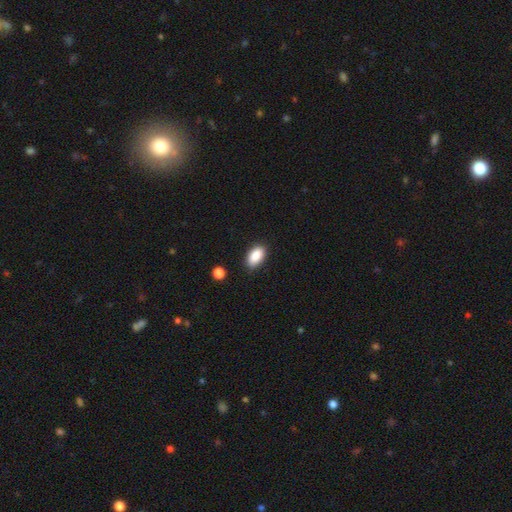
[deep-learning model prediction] Morphology: type=smooth (88%); roundness=in between (92%); merging=none (85%).